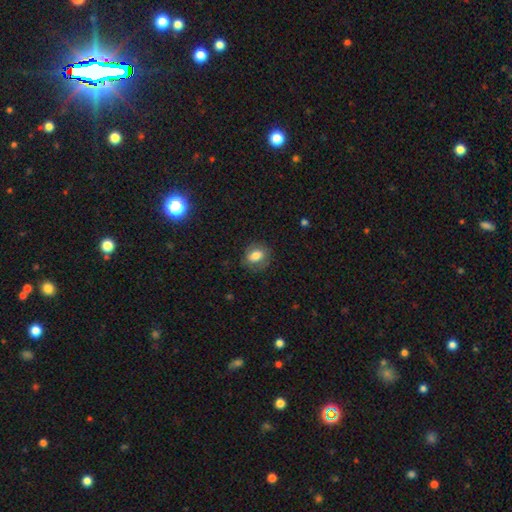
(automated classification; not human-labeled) smooth-or-featured: smooth: 76% | featured or disk: 15% | star or artifact: 9%
  how-rounded: in between: 62% | round: 36% | cigar-shaped: 2%
  merging: none: 77% | minor disturbance: 16% | major disturbance: 6% | merger: 1%